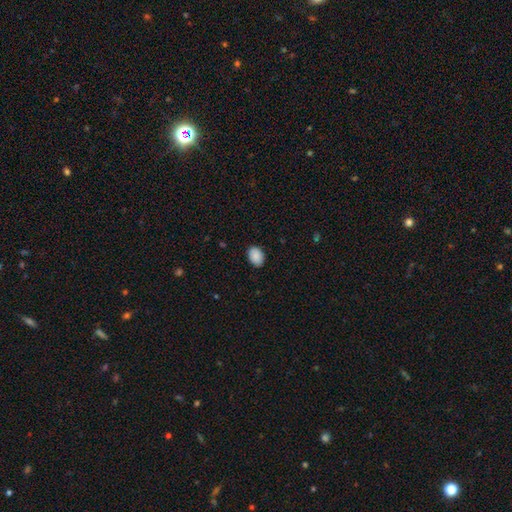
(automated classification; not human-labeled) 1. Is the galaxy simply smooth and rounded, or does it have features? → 89% smooth, 7% star or artifact, 3% featured or disk.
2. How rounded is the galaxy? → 80% in between, 20% round, 1% cigar-shaped.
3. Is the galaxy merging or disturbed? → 85% none, 11% minor disturbance, 2% major disturbance, 1% merger.